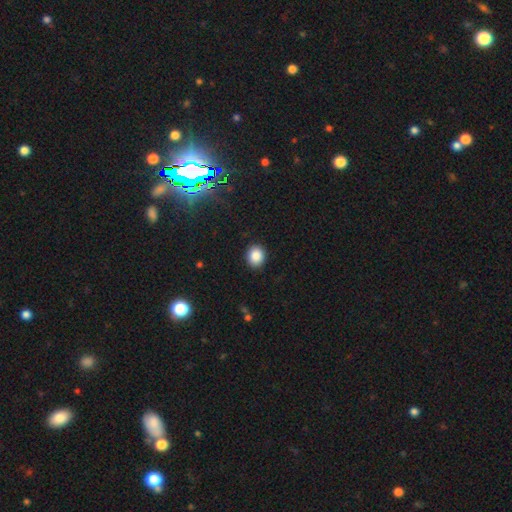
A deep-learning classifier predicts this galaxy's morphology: smooth_or_featured: smooth (p=0.88) [alt: star or artifact p=0.09]
how_rounded: round (p=0.73) [alt: in between p=0.27]
merging: none (p=0.90) [alt: minor disturbance p=0.07]